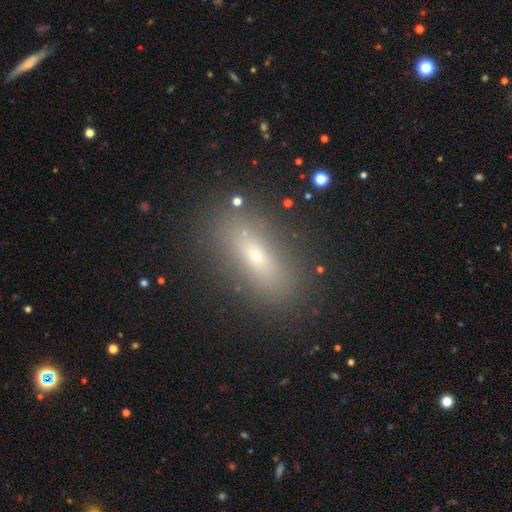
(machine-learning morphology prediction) smooth_or_featured: smooth (p=0.61) [alt: featured or disk p=0.23]
how_rounded: in between (p=0.63) [alt: cigar-shaped p=0.30]
merging: none (p=0.81) [alt: minor disturbance p=0.12]